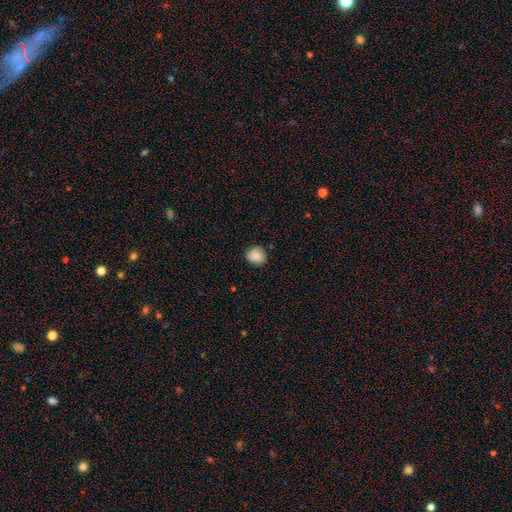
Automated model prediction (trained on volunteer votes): A smooth galaxy with no disk features (87%) that is round (78%). Merging: none (84%).